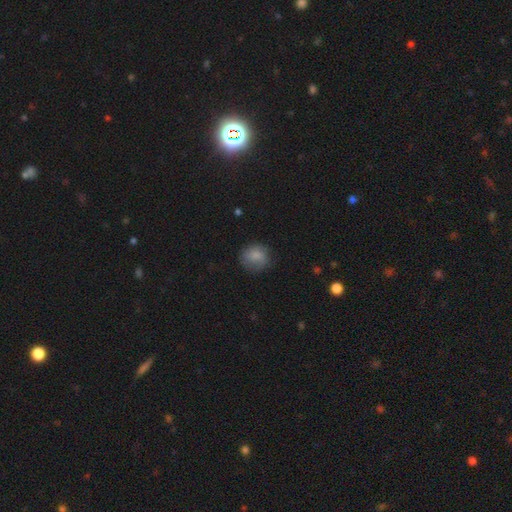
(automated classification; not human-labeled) Smooth or featured: smooth — 82% (featured or disk — 9%)
How rounded: round — 81% (in between — 18%)
Merging: none — 73% (minor disturbance — 20%)